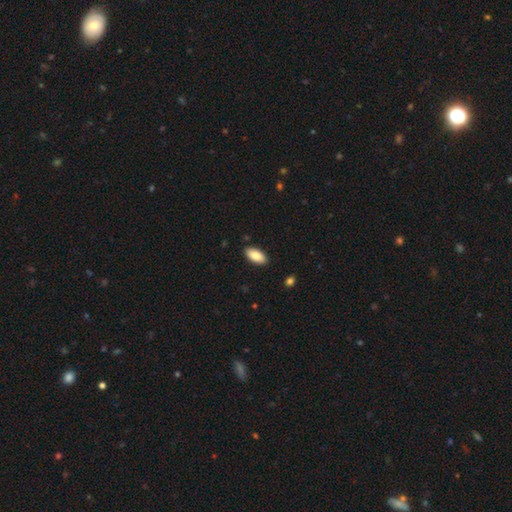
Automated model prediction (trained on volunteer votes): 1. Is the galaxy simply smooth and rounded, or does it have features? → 83% smooth, 11% featured or disk, 6% star or artifact.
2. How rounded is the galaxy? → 92% in between, 6% cigar-shaped, 2% round.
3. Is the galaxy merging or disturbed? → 89% none, 8% minor disturbance, 2% major disturbance, 1% merger.